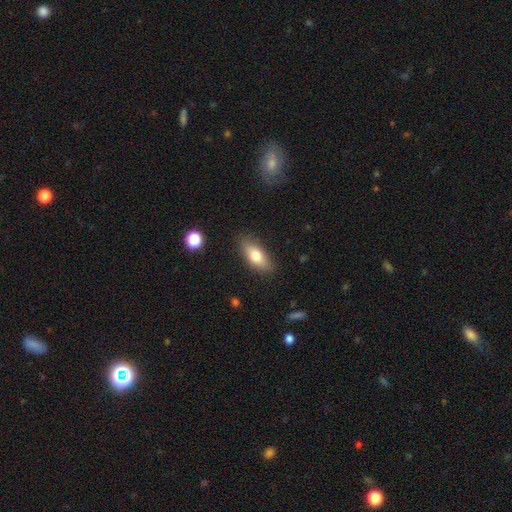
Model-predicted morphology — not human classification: This is likely a smooth galaxy (75%). How rounded: likely in between (80%). Merging: clearly none (83%).